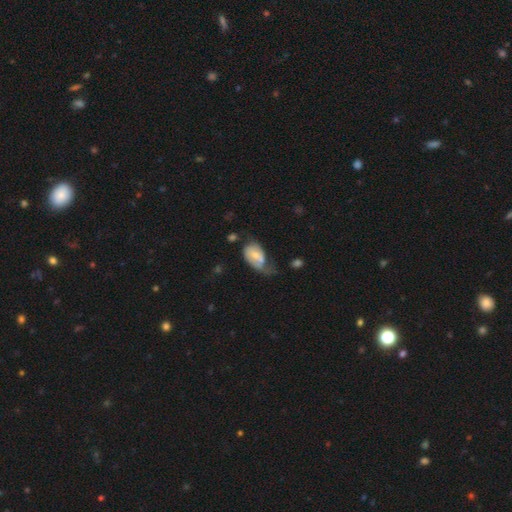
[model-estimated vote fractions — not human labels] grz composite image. It shows a smooth galaxy with no disk features (49%). Merging: major disturbance (37%).